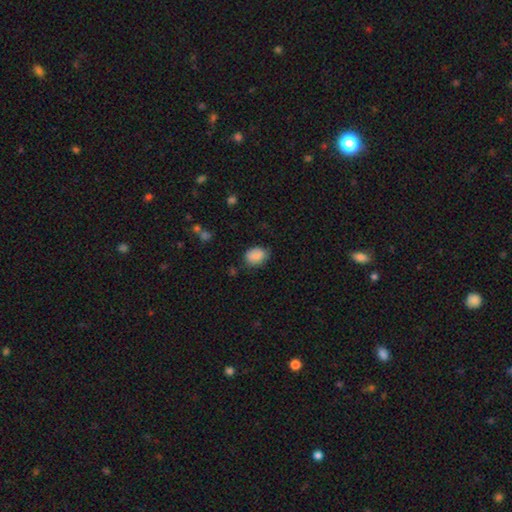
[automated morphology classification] Q: Smooth or featured?
A: smooth (82%); runner-up: featured or disk (10%)
Q: How rounded?
A: in between (70%); runner-up: round (29%)
Q: Merging?
A: none (69%); runner-up: minor disturbance (24%)